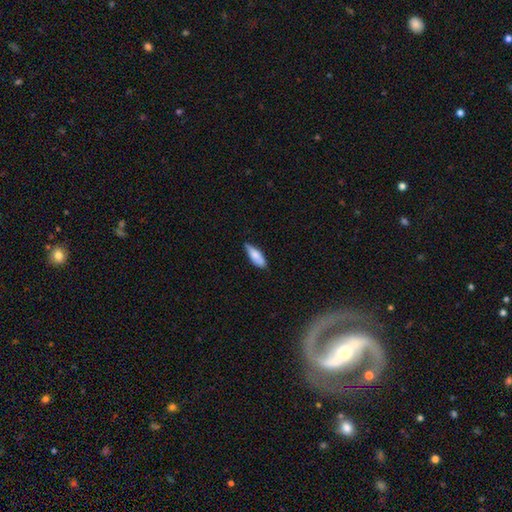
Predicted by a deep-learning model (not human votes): Smooth or featured? smooth (80%)
How rounded? in between (63%)
Merging? none (64%)